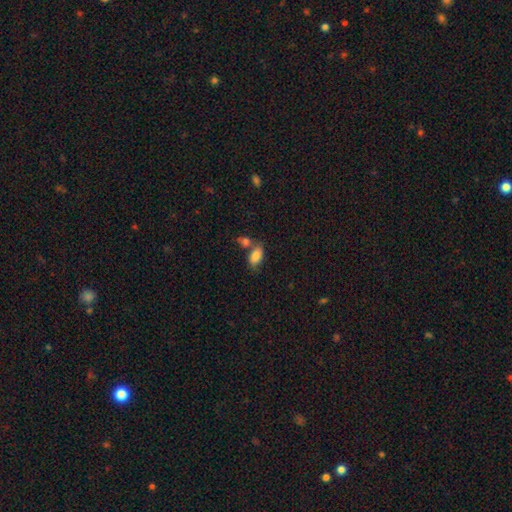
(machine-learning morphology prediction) Overall: smooth (85%). How rounded: in between (91%). Merging: none (48%; merger 32%).